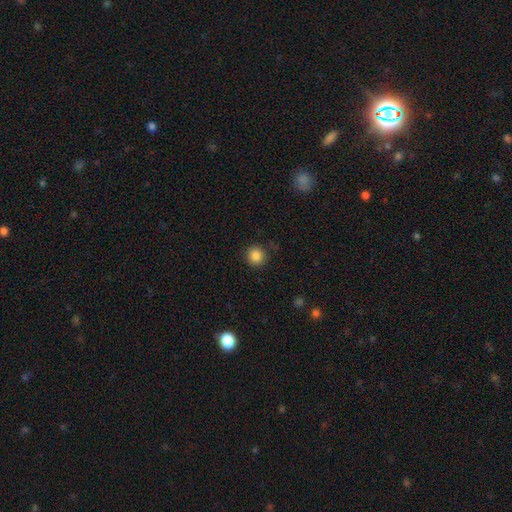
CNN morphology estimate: This is clearly a smooth galaxy (86%). How rounded: clearly round (92%). Merging: clearly none (88%).